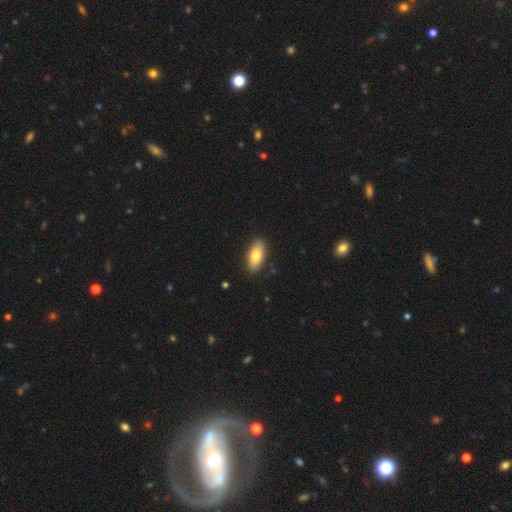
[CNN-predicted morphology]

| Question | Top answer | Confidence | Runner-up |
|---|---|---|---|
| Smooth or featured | smooth | 76% | featured or disk (18%) |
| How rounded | in between | 86% | cigar-shaped (11%) |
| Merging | none | 88% | minor disturbance (9%) |